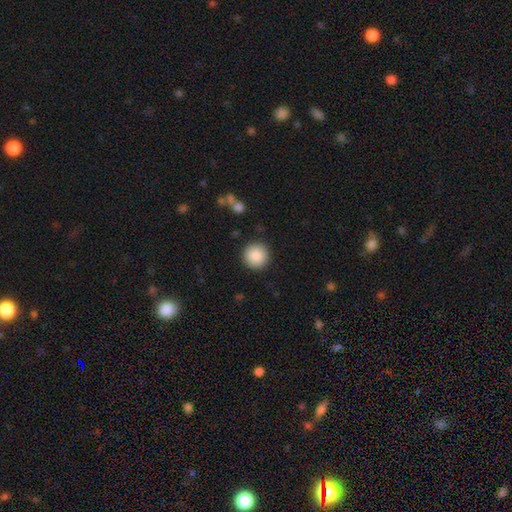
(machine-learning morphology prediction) smooth 88%, star or artifact 8%, featured or disk 4%. Down the decision tree: how rounded — round (95%); merging — none (91%).